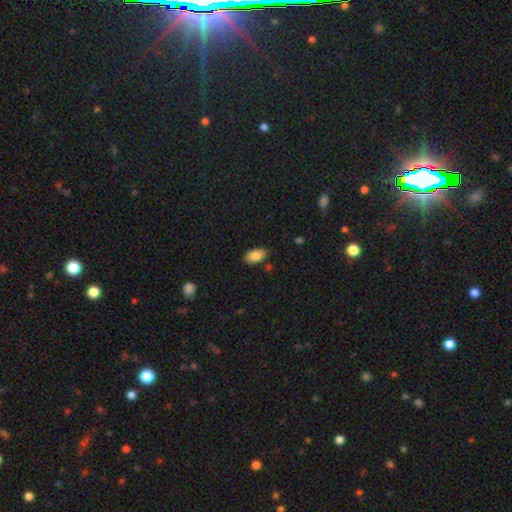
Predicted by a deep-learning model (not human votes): A smooth galaxy with no disk features (82%) that is in between round and cigar-shaped (93%). Merging: none (84%).